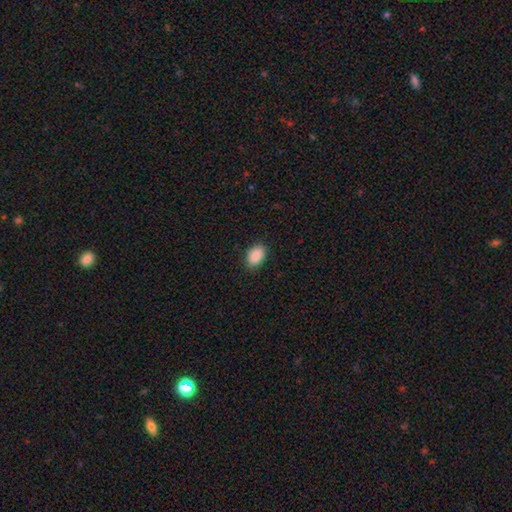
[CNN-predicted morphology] smooth-or-featured: smooth: 90% | star or artifact: 7% | featured or disk: 3%
  how-rounded: in between: 87% | round: 12% | cigar-shaped: 1%
  merging: none: 88% | minor disturbance: 9% | major disturbance: 2% | merger: 1%